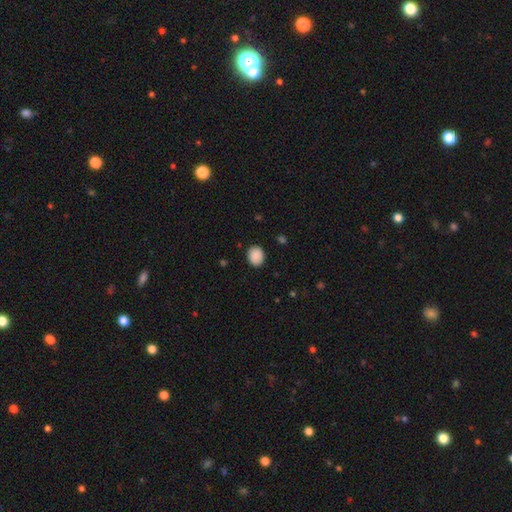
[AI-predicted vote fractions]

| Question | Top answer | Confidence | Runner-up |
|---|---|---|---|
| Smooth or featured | smooth | 90% | star or artifact (8%) |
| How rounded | round | 60% | in between (40%) |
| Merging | none | 88% | minor disturbance (9%) |